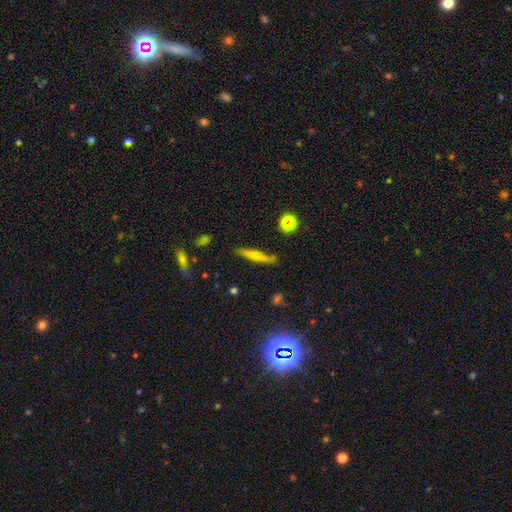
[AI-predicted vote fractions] Smooth or featured? Predicted: smooth (p=0.51). How rounded? Predicted: cigar-shaped (p=0.90). Merging? Predicted: none (p=0.80).